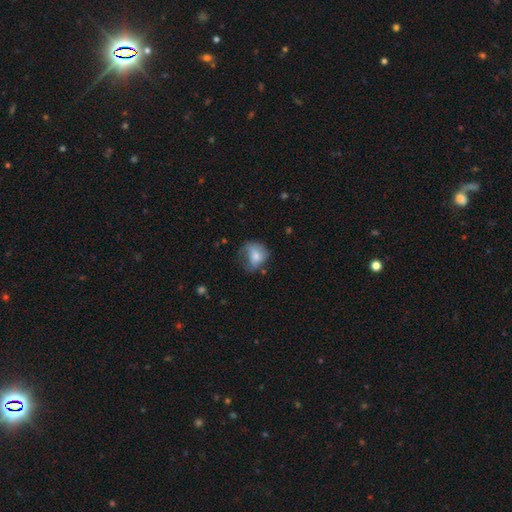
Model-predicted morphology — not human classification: Smooth or featured?
  - smooth: 63% *
  - featured or disk: 28%
  - star or artifact: 9%
How rounded?
  - round: 50% *
  - in between: 48%
  - cigar-shaped: 1%
Merging?
  - none: 34% *
  - minor disturbance: 32%
  - major disturbance: 31%
  - merger: 3%